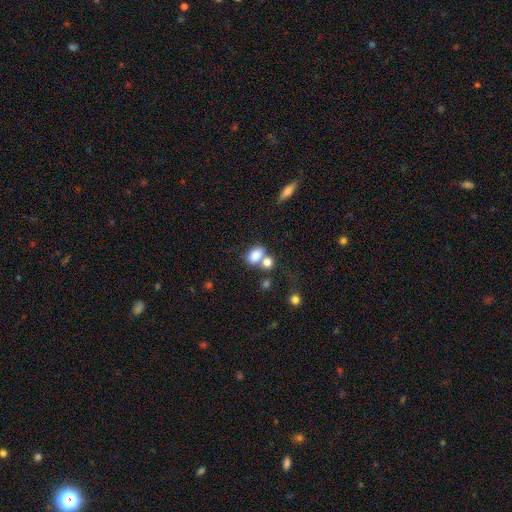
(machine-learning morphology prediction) Smooth or featured: smooth — 80% (featured or disk — 10%)
How rounded: in between — 76% (round — 22%)
Merging: merger — 43% (none — 40%)